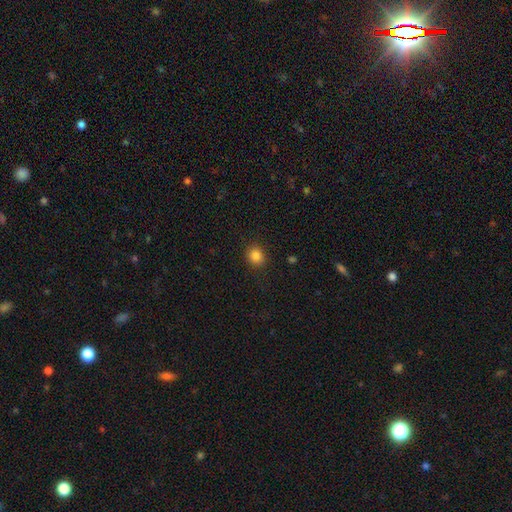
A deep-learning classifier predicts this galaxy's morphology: A smooth galaxy with no disk features (84%) that is round (75%).

Vote fractions:
- Smooth or featured? smooth: 84% / star or artifact: 11% / featured or disk: 5%
- How rounded? round: 75% / in between: 24% / cigar-shaped: 1%
- Merging? none: 88% / minor disturbance: 8% / major disturbance: 2% / merger: 1%